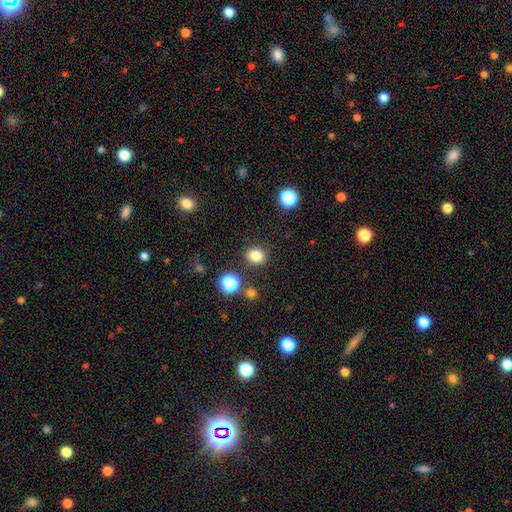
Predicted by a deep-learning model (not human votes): smooth_or_featured: smooth (p=0.82) [alt: star or artifact p=0.13]
how_rounded: round (p=0.67) [alt: in between p=0.32]
merging: none (p=0.85) [alt: minor disturbance p=0.08]